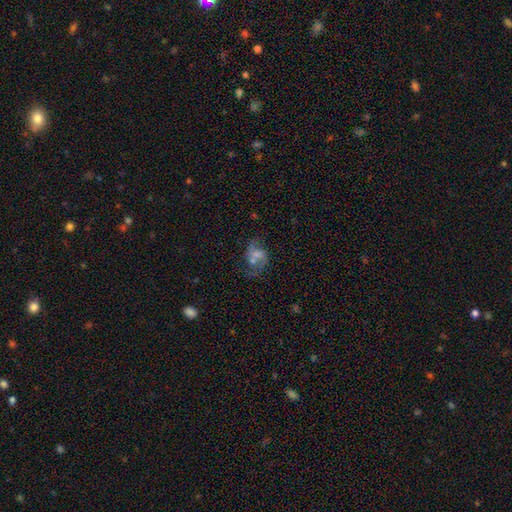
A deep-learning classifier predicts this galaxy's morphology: This appears to be a featured or disk galaxy (62%) with no bar (54%), spiral arms (79%) and a moderate central bulge (36%). Merging: none (41%).